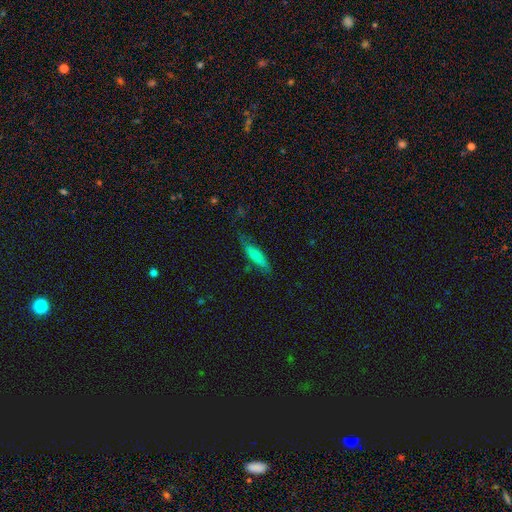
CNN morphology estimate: smooth 63%, featured or disk 31%, star or artifact 6%. Down the decision tree: how rounded — cigar-shaped (71%); merging — none (65%).